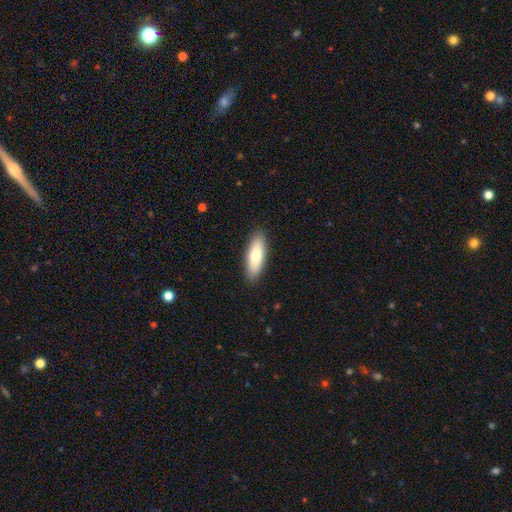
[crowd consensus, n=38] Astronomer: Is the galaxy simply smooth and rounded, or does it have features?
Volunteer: smooth — 87%.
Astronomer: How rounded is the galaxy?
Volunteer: in between — 67%.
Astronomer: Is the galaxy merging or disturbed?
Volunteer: none — 95%.